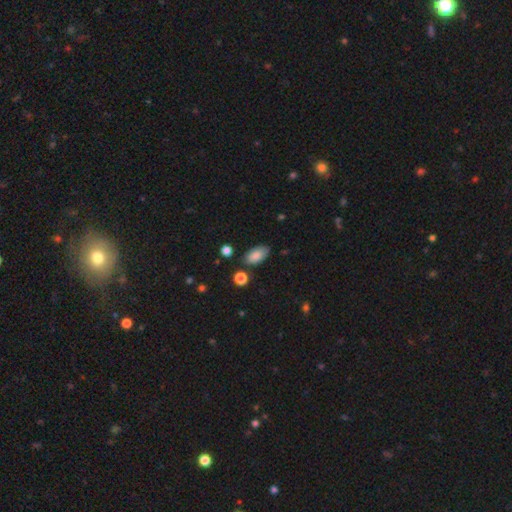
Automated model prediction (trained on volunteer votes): Morphology: type=smooth (86%); roundness=in between (94%); merging=none (77%).